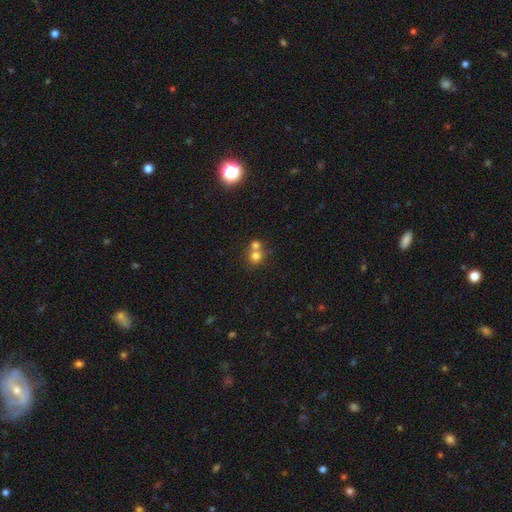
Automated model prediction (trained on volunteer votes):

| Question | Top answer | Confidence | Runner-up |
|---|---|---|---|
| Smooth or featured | smooth | 75% | star or artifact (13%) |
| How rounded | round | 84% | in between (15%) |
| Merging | merger | 57% | none (36%) |